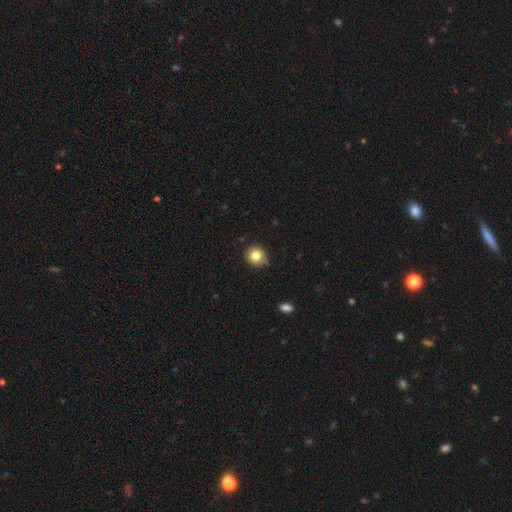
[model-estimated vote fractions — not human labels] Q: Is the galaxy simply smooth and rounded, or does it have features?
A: smooth — 81%.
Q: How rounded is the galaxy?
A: round — 89%.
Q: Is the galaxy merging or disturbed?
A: none — 76%.